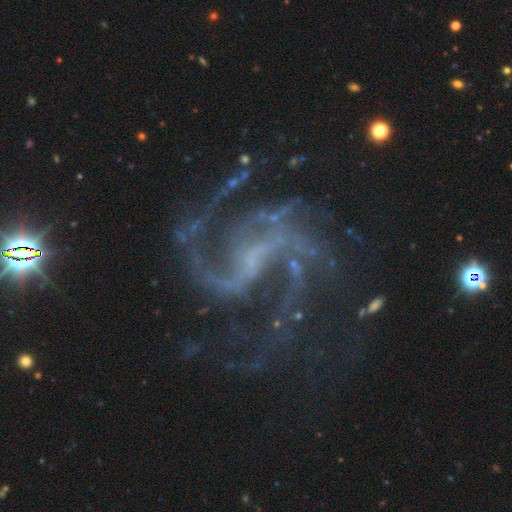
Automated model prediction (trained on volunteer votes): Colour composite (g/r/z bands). It shows a featured or disk galaxy (90%) with a weak bar (48%), 2 (37%) medium (55%) spiral arms (98%) and a small central bulge (46%). Merging: none (60%).